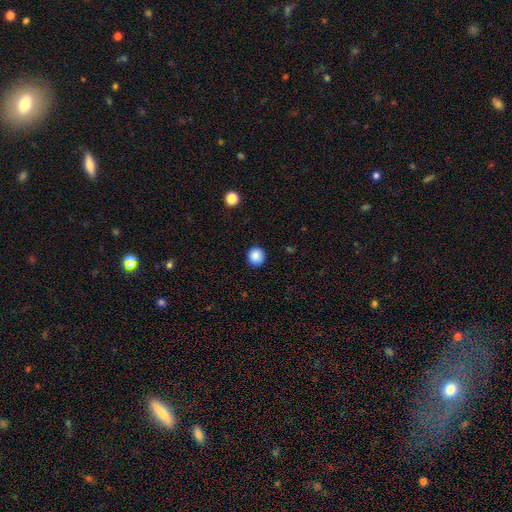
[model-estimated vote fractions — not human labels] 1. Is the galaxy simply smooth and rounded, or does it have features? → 87% smooth, 9% star or artifact, 4% featured or disk.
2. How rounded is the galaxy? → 93% round, 6% in between, 1% cigar-shaped.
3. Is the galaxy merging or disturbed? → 92% none, 5% minor disturbance, 2% major disturbance, 1% merger.